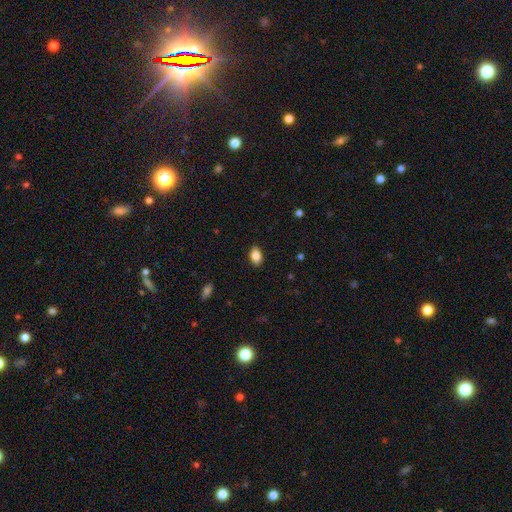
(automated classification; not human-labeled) This is clearly a smooth galaxy (86%). How rounded: clearly in between (88%). Merging: clearly none (88%).